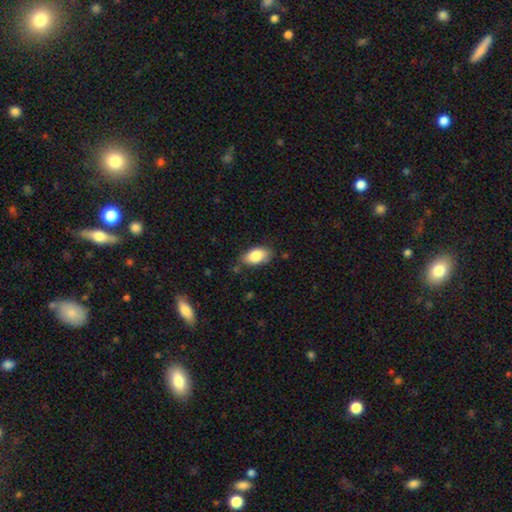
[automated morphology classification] type=smooth (84%); roundness=in between (92%); merging=none (75%).